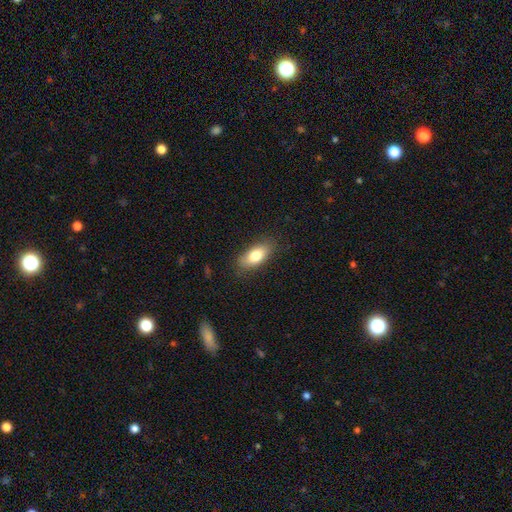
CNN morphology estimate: smooth_or_featured: smooth (p=0.79) [alt: featured or disk p=0.14]
how_rounded: in between (p=0.85) [alt: cigar-shaped p=0.11]
merging: none (p=0.83) [alt: minor disturbance p=0.13]